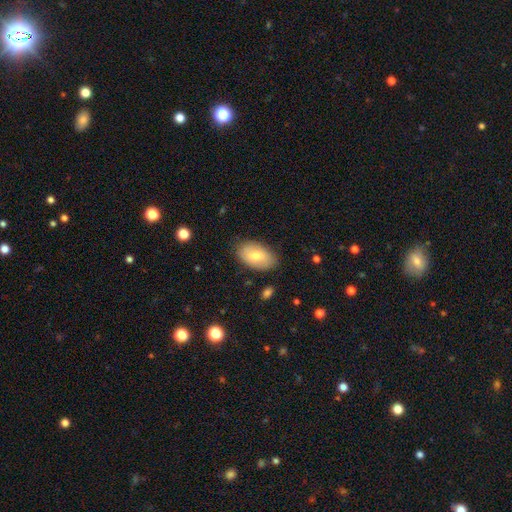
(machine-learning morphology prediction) Smooth or featured?
  - smooth: 72% *
  - featured or disk: 21%
  - star or artifact: 6%
How rounded?
  - in between: 94% *
  - round: 5%
  - cigar-shaped: 1%
Merging?
  - none: 83% *
  - minor disturbance: 13%
  - major disturbance: 3%
  - merger: 1%